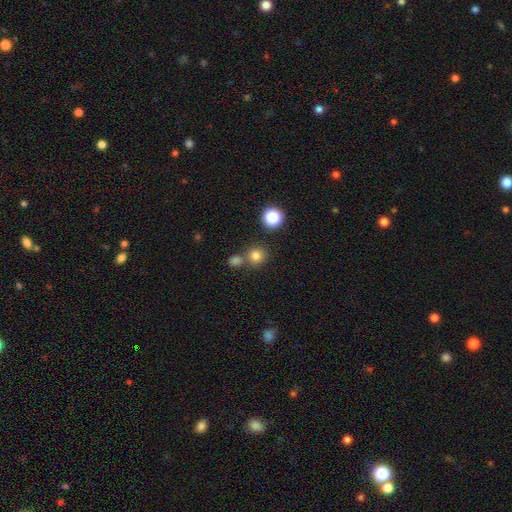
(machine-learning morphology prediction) smooth-or-featured: smooth: 78% | star or artifact: 16% | featured or disk: 6%
  how-rounded: round: 89% | in between: 10% | cigar-shaped: 1%
  merging: none: 68% | merger: 21% | minor disturbance: 8% | major disturbance: 3%